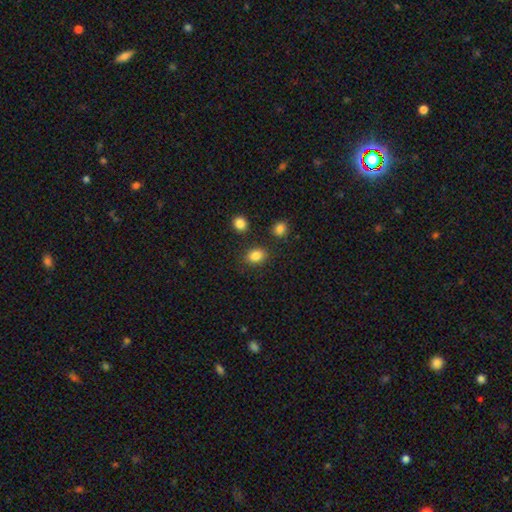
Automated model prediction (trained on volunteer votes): Q: Smooth or featured?
A: smooth (85%); runner-up: star or artifact (10%)
Q: How rounded?
A: in between (60%); runner-up: round (39%)
Q: Merging?
A: none (81%); runner-up: minor disturbance (11%)